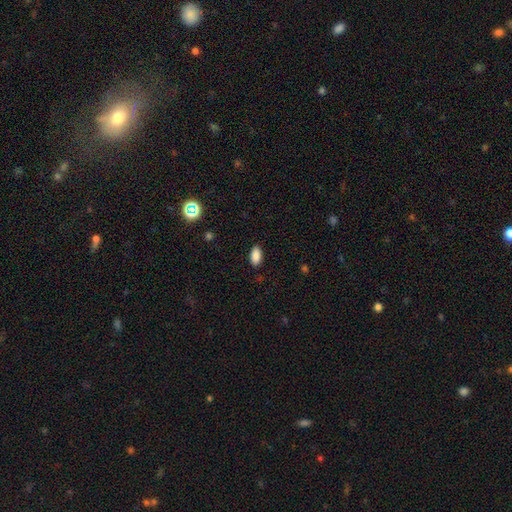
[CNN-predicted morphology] smooth_or_featured: smooth (p=0.88) [alt: star or artifact p=0.09]
how_rounded: in between (p=0.92) [alt: cigar-shaped p=0.04]
merging: none (p=0.88) [alt: minor disturbance p=0.09]